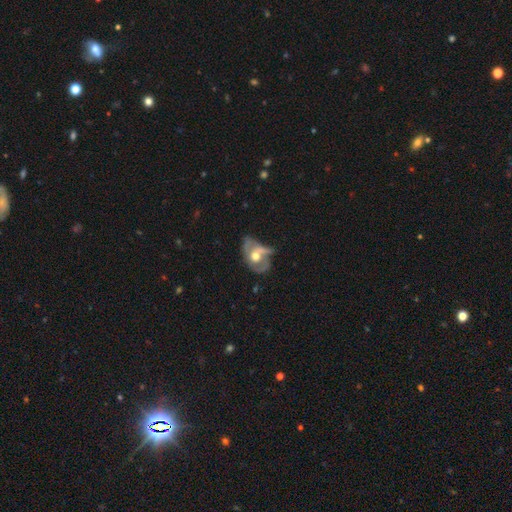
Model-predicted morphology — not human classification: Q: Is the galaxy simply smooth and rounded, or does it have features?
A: featured or disk — 64%.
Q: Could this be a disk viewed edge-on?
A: no — 96%.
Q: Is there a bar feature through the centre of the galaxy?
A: no — 78%.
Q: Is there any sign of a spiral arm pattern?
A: yes — 60%.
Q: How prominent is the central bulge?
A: moderate — 69%.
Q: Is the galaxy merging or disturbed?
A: major disturbance — 37%.